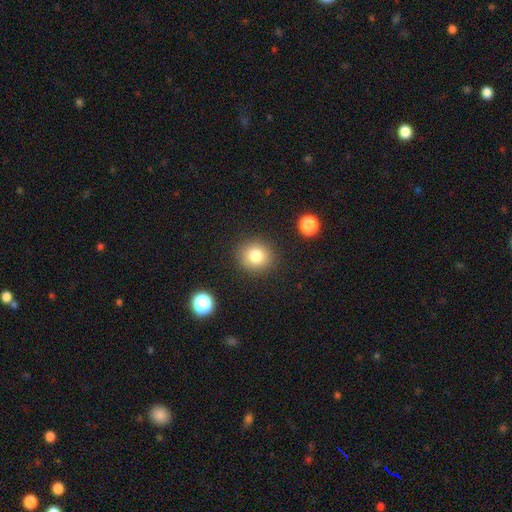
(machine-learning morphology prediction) smooth 80%, star or artifact 12%, featured or disk 8%. Down the decision tree: how rounded — round (83%); merging — none (88%).